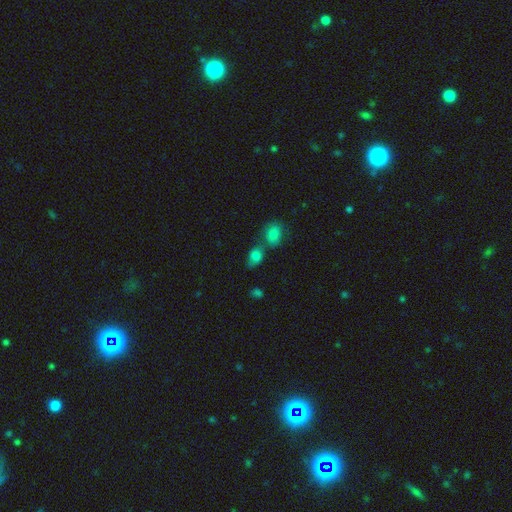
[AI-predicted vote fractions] A smooth galaxy with no disk features (79%) that is in between round and cigar-shaped (73%). Merging: none (44%).